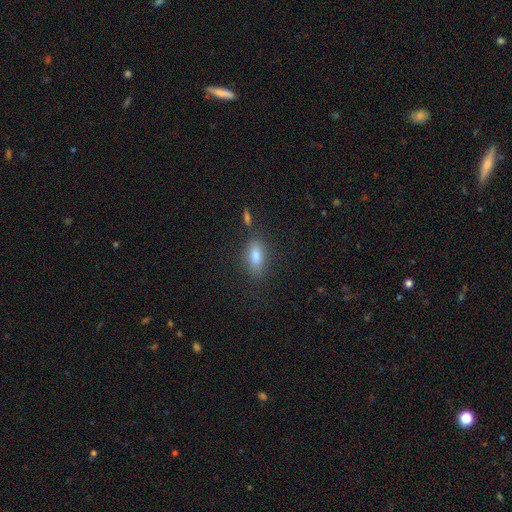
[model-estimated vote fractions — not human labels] smooth_or_featured: smooth (p=0.74) [alt: star or artifact p=0.13]
how_rounded: in between (p=0.76) [alt: cigar-shaped p=0.18]
merging: none (p=0.79) [alt: minor disturbance p=0.12]